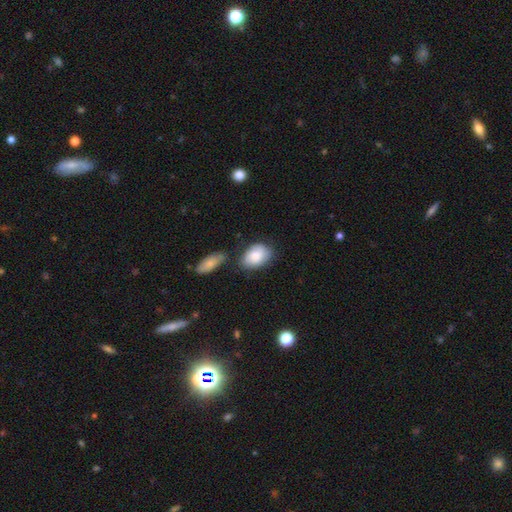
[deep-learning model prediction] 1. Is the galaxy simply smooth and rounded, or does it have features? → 76% smooth, 18% featured or disk, 7% star or artifact.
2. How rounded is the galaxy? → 85% in between, 13% round, 1% cigar-shaped.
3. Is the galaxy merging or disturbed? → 54% none, 25% minor disturbance, 13% merger, 7% major disturbance.